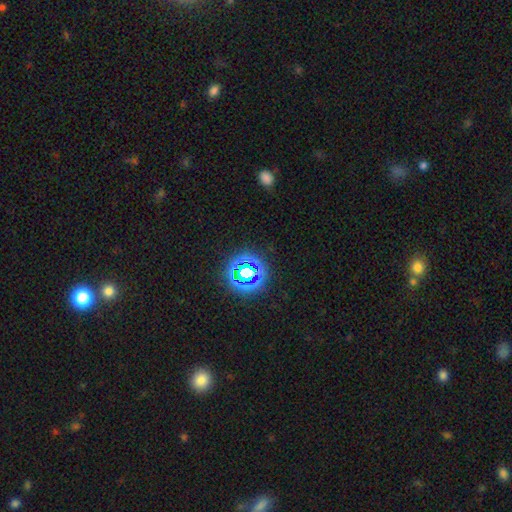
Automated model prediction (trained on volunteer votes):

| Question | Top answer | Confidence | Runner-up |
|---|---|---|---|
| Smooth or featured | star or artifact | 66% | smooth (27%) |